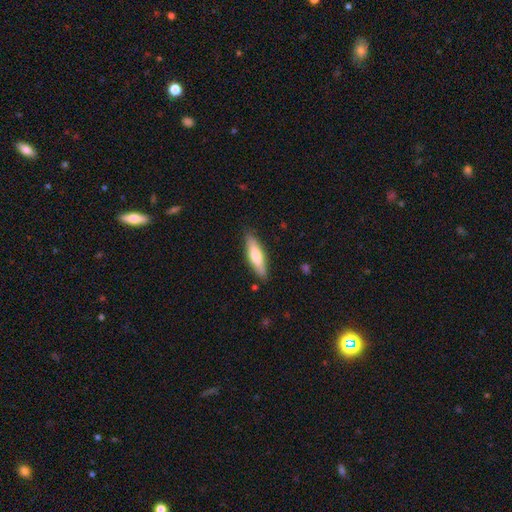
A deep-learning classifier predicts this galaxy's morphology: The model was most divided on "how rounded": cigar-shaped: 65%, in between: 33%, round: 2%. More confident: merging — none (86%); smooth or featured — smooth (67%).